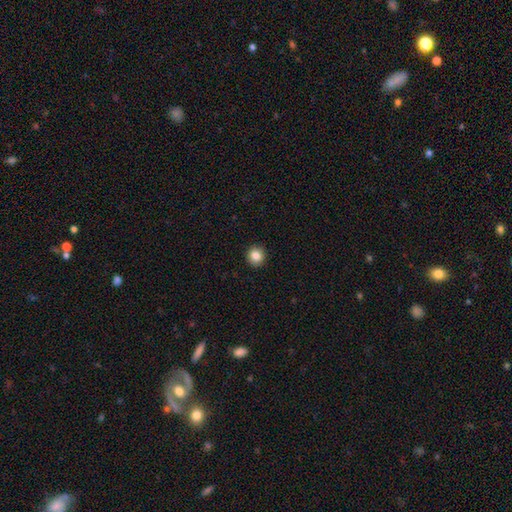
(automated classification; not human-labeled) smooth-or-featured: smooth: 84% | star or artifact: 10% | featured or disk: 6%
  how-rounded: round: 91% | in between: 8% | cigar-shaped: 1%
  merging: none: 93% | minor disturbance: 5% | major disturbance: 1% | merger: 1%